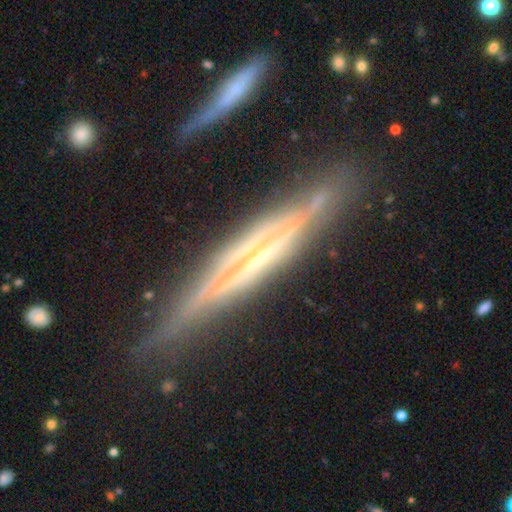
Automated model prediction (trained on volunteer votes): featured or disk 85%, smooth 8%, star or artifact 7%. Down the decision tree: edge-on disk — yes (95%); edge-on bulge — rounded (46%); merging — none (82%).